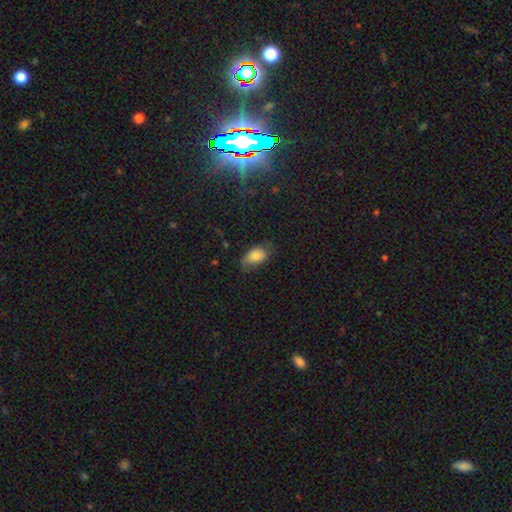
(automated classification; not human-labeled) Smooth or featured: smooth — 78% (featured or disk — 13%)
How rounded: in between — 90% (round — 8%)
Merging: none — 51% (minor disturbance — 34%)